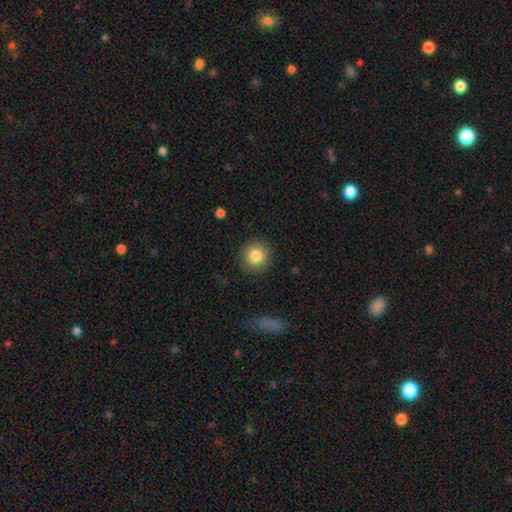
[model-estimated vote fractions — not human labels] The model was most divided on "smooth or featured": smooth: 84%, star or artifact: 9%, featured or disk: 7%. More confident: how rounded — round (92%); merging — none (89%).